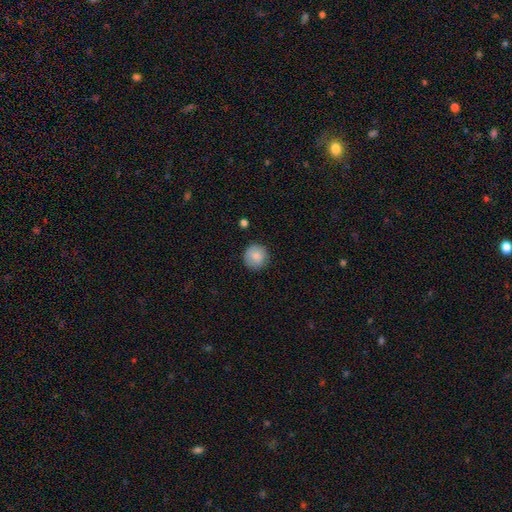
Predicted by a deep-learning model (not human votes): Q: Smooth or featured?
A: smooth (85%); runner-up: star or artifact (8%)
Q: How rounded?
A: round (94%); runner-up: in between (5%)
Q: Merging?
A: none (87%); runner-up: minor disturbance (9%)